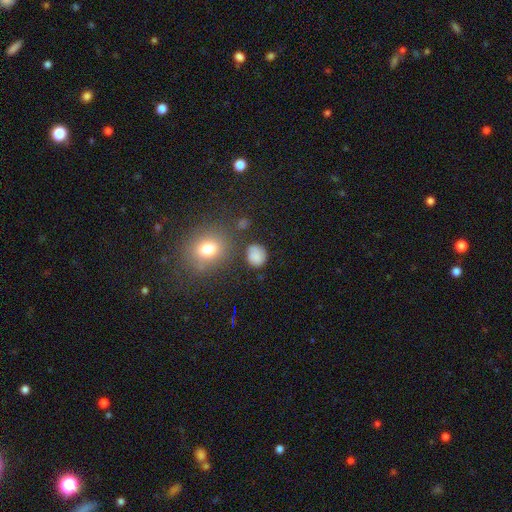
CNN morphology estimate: Smooth or featured: smooth — 79% (star or artifact — 13%)
How rounded: round — 71% (in between — 28%)
Merging: none — 70% (minor disturbance — 18%)